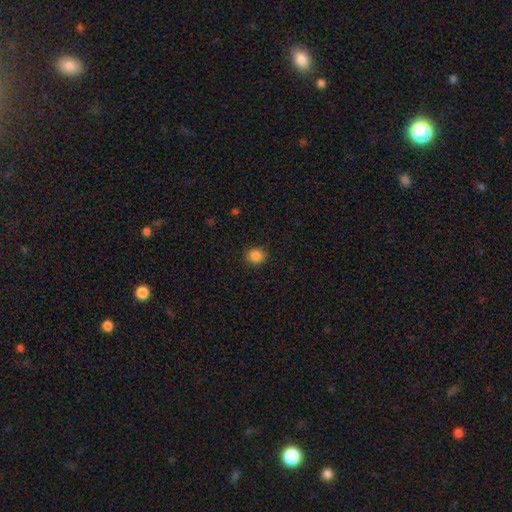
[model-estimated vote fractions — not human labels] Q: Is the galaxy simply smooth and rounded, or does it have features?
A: smooth — 86%.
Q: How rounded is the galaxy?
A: round — 73%.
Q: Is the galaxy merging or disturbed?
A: none — 89%.